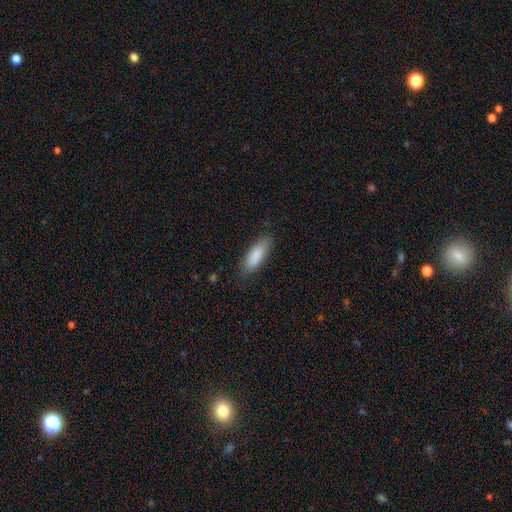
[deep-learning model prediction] smooth-or-featured: smooth: 86% | featured or disk: 8% | star or artifact: 6%
  how-rounded: in between: 61% | cigar-shaped: 37% | round: 2%
  merging: none: 81% | minor disturbance: 15% | major disturbance: 3% | merger: 1%